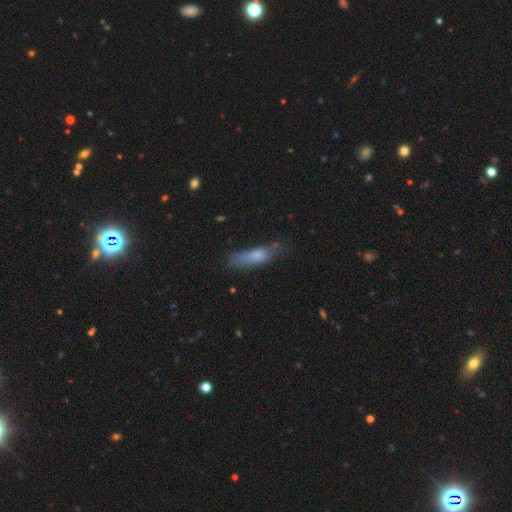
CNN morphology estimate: smooth-or-featured: smooth: 71% | featured or disk: 20% | star or artifact: 8%
  how-rounded: cigar-shaped: 59% | in between: 38% | round: 2%
  merging: none: 51% | minor disturbance: 32% | major disturbance: 14% | merger: 4%